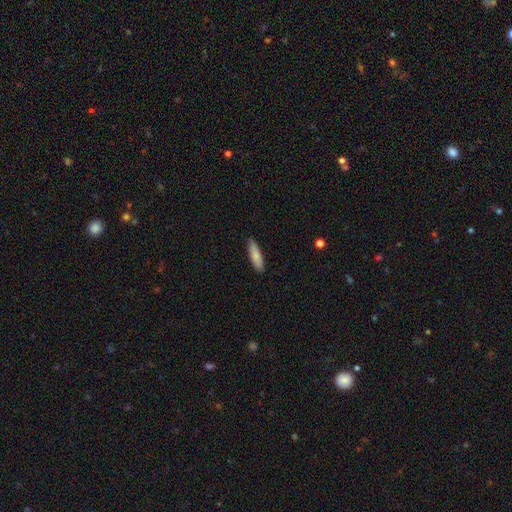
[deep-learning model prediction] A smooth galaxy with no disk features (82%) that is cigar-shaped (58%). Merging: none (86%).